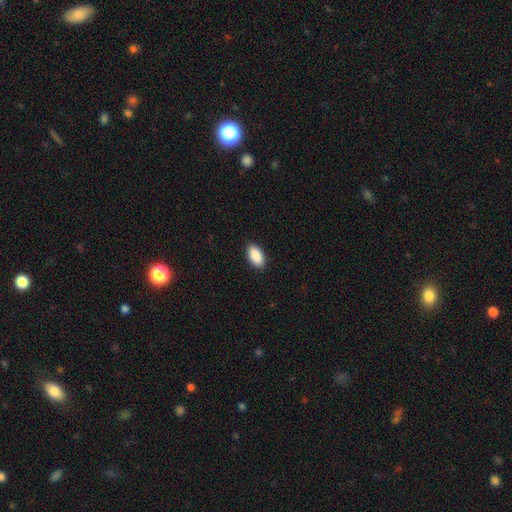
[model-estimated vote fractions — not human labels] Smooth or featured? Predicted: smooth (p=0.91). How rounded? Predicted: in between (p=0.94). Merging? Predicted: none (p=0.90).